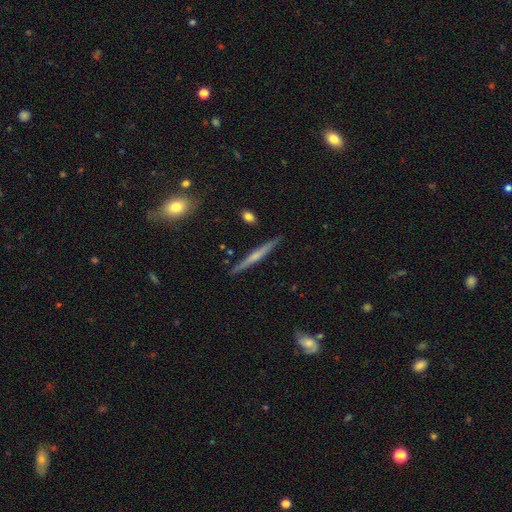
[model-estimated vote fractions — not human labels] smooth-or-featured: featured or disk: 60% | smooth: 34% | star or artifact: 6%
  disk-edge-on: yes: 97% | no: 3%
    edge-on-bulge: none: 49% | rounded: 41% | boxy: 10%
  merging: none: 90% | minor disturbance: 7% | merger: 1% | major disturbance: 1%